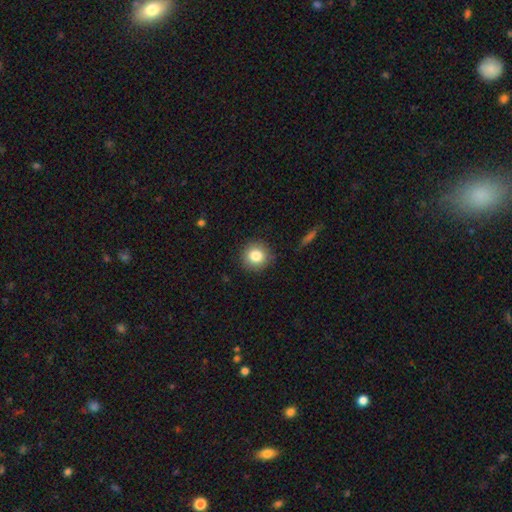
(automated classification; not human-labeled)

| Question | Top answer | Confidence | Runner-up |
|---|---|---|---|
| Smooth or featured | smooth | 83% | star or artifact (10%) |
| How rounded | round | 93% | in between (6%) |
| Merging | none | 88% | minor disturbance (8%) |